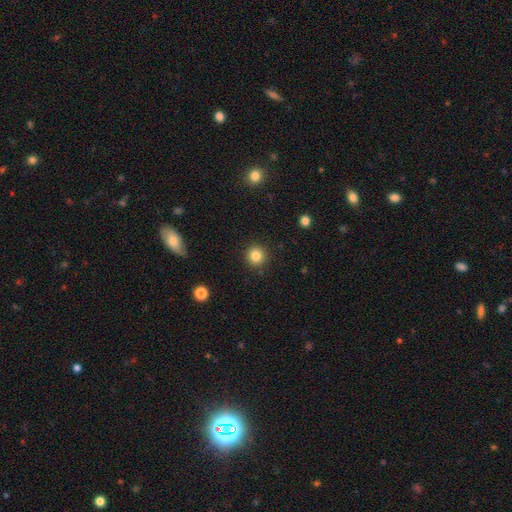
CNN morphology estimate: Smooth or featured? Predicted: smooth (p=0.83). How rounded? Predicted: round (p=0.94). Merging? Predicted: none (p=0.92).